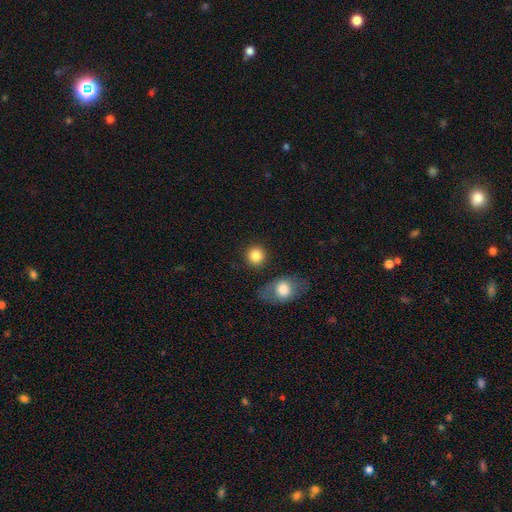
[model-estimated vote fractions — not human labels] A smooth galaxy with no disk features (85%) that is round (91%). Merging: none (84%).